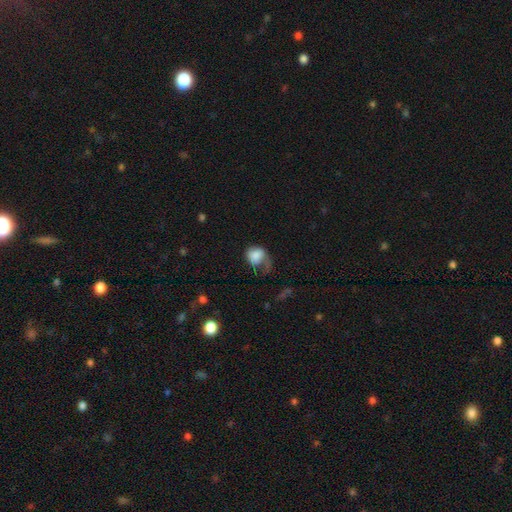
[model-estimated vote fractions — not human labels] Smooth or featured? smooth (69%)
How rounded? round (51%)
Merging? major disturbance (52%)